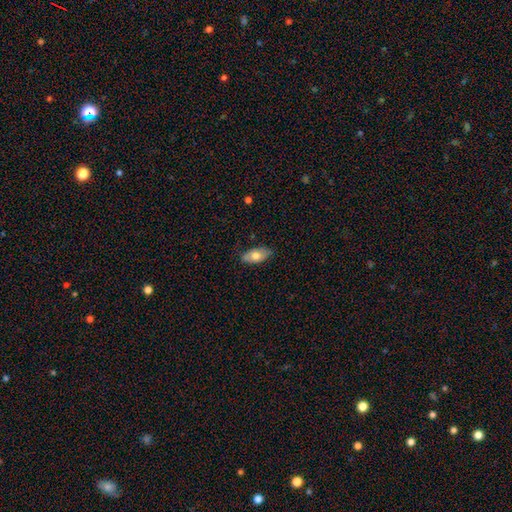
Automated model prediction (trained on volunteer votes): Overall: smooth (68%). How rounded: in between (91%). Merging: none (80%).